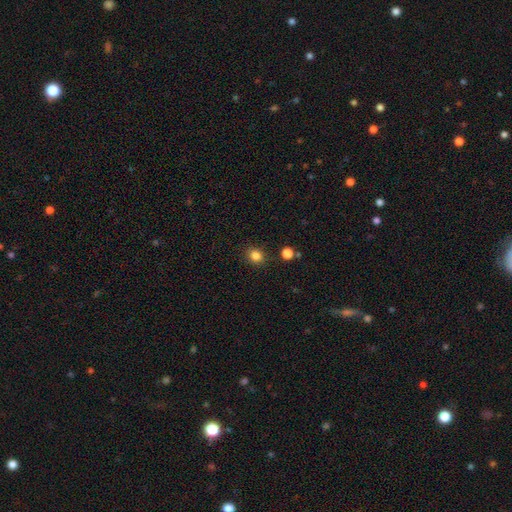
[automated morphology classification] Overall: smooth (84%). How rounded: round (80%). Merging: none (87%).